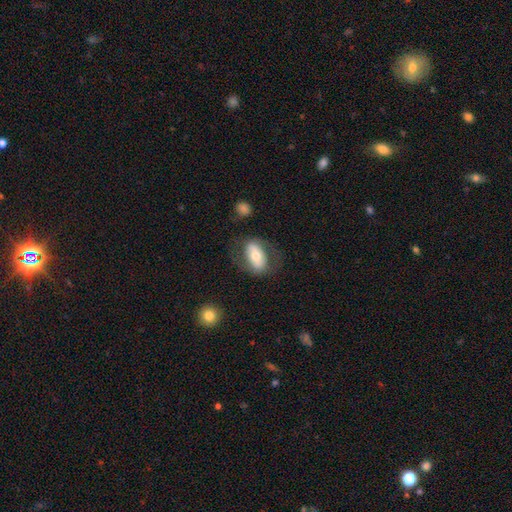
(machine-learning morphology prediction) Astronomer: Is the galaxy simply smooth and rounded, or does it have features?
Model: smooth — 50% (runner-up: featured or disk, 43%).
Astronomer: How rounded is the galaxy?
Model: in between — 88%.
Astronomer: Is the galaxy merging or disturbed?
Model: none — 66%.